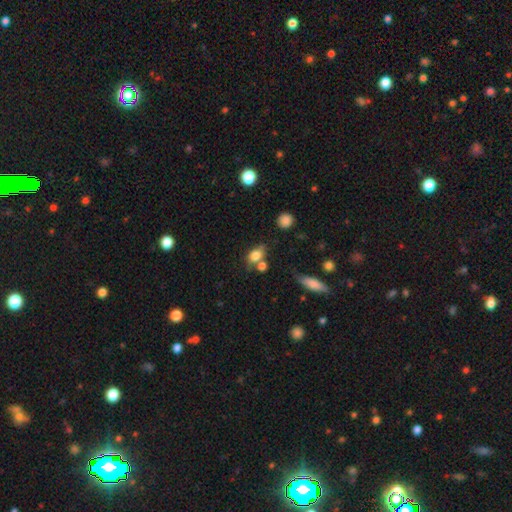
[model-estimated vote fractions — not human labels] smooth_or_featured: smooth (p=0.80) [alt: featured or disk p=0.10]
how_rounded: in between (p=0.72) [alt: round p=0.25]
merging: none (p=0.50) [alt: merger p=0.27]